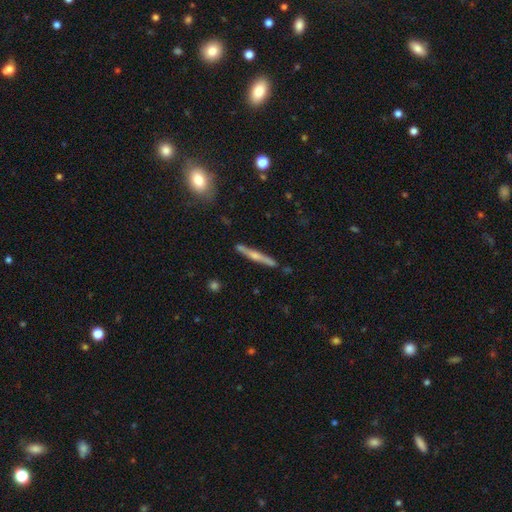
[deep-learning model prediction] Smooth or featured: featured or disk — 67% (smooth — 27%)
Edge-on disk: yes — 97% (no — 3%)
Edge-on bulge: rounded — 79% (none — 14%)
Merging: none — 87% (minor disturbance — 9%)